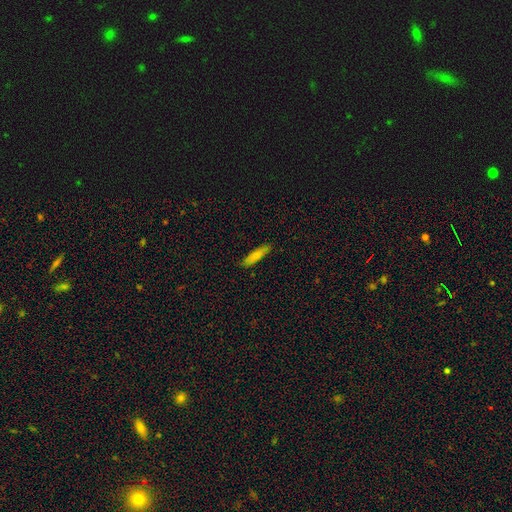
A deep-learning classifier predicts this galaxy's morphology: This appears to be a smooth galaxy with no disk features (78%) that is cigar-shaped (75%). Merging: none (86%).